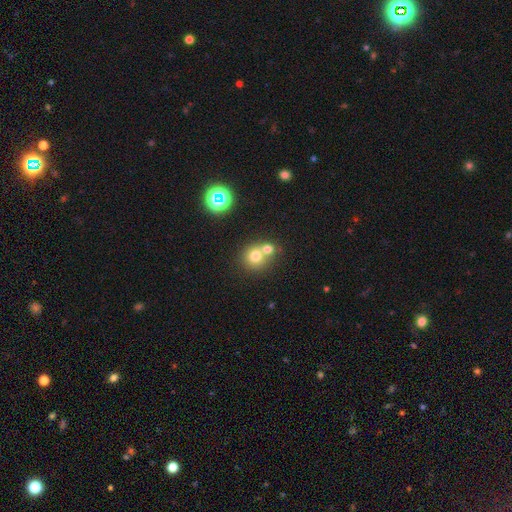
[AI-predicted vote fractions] A smooth galaxy with no disk features (71%) that is round (85%). Merging: merger (52%).